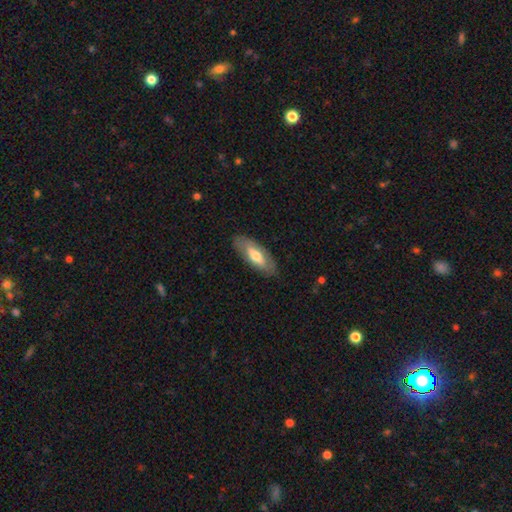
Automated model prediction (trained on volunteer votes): smooth_or_featured: smooth (p=0.58) [alt: featured or disk p=0.37]
how_rounded: in between (p=0.71) [alt: cigar-shaped p=0.27]
merging: none (p=0.83) [alt: minor disturbance p=0.12]